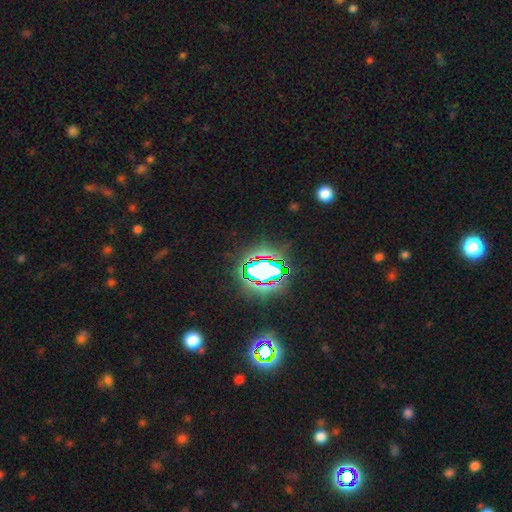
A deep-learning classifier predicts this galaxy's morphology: A star or artifact, not a galaxy (77%).